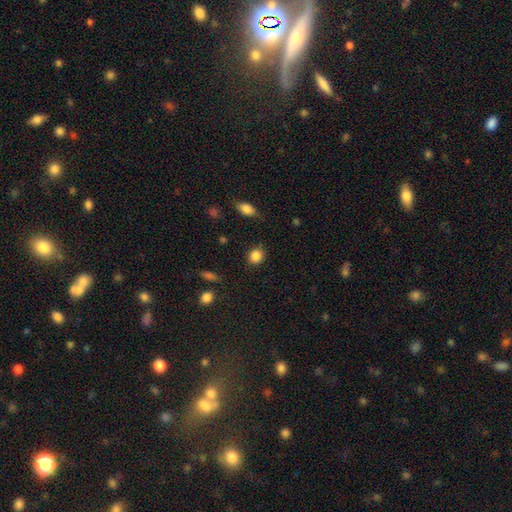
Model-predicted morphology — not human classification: Smooth or featured: smooth — 86% (star or artifact — 10%)
How rounded: round — 68% (in between — 31%)
Merging: none — 84% (minor disturbance — 11%)